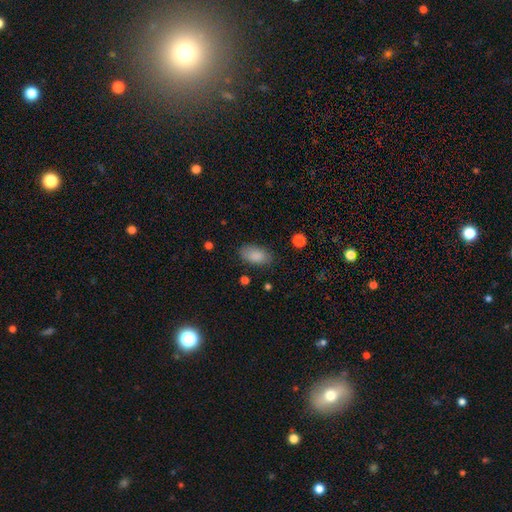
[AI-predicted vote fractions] The model was most divided on "merging": none: 82%, minor disturbance: 13%, major disturbance: 4%, merger: 1%. More confident: how rounded — in between (93%); smooth or featured — smooth (87%).